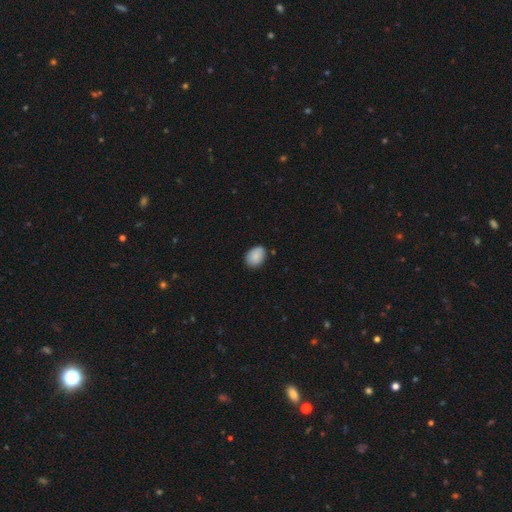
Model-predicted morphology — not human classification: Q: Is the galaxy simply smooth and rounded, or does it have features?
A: smooth — 87%.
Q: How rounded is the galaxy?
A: in between — 70%.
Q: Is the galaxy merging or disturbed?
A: none — 78%.